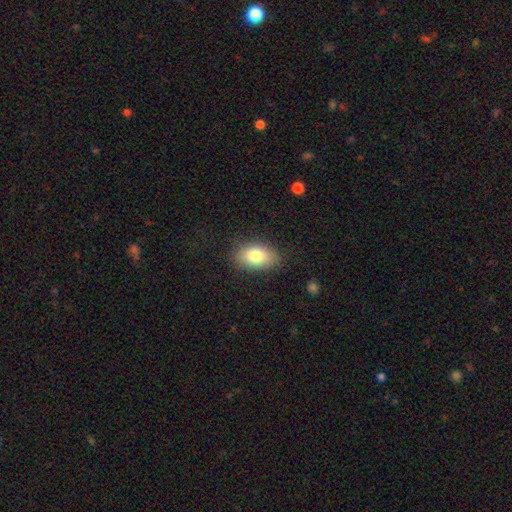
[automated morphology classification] Smooth or featured? smooth (81%)
How rounded? in between (89%)
Merging? none (83%)